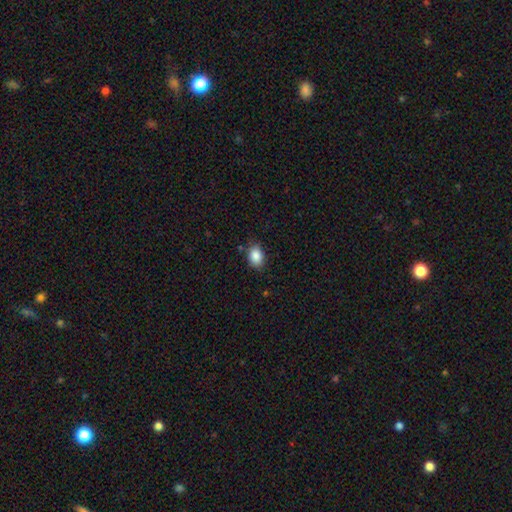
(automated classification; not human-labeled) Morphology: type=smooth (87%); roundness=in between (76%); merging=none (81%).